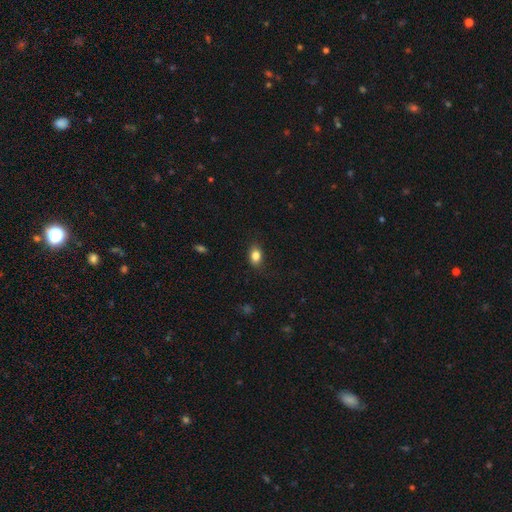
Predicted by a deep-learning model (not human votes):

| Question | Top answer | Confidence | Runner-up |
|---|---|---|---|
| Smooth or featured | smooth | 84% | star or artifact (9%) |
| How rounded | in between | 77% | round (21%) |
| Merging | none | 83% | minor disturbance (13%) |